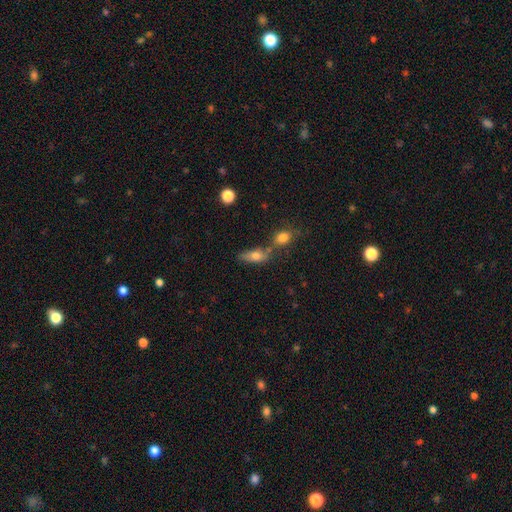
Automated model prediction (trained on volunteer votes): This appears to be a smooth galaxy with no disk features (73%) that is in between round and cigar-shaped (76%). Merging: none (50%).